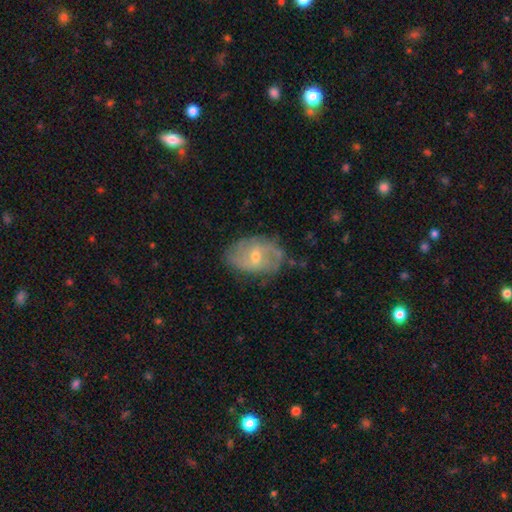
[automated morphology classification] A featured or disk galaxy (69%) with no bar (47%), 2 (56%) medium (42%) spiral arms (83%) and a small central bulge (49%).

Vote fractions:
- Smooth or featured? featured or disk: 69% / smooth: 24% / star or artifact: 7%
- Edge-on disk? no: 96% / yes: 4%
- Bar? no: 47% / weak: 44% / strong: 9%
- Spiral arms? yes: 83% / no: 17%
- Spiral winding? medium: 42% / loose: 29% / tight: 28%
- Spiral arm count? 2: 56% / can't tell: 26% / 3: 9% / 1: 4% / 4: 3% / more than 4: 2%
- Bulge size? small: 49% / moderate: 48% / none: 1% / large: 1% / dominant: 1%
- Merging? none: 67% / minor disturbance: 24% / major disturbance: 8% / merger: 2%